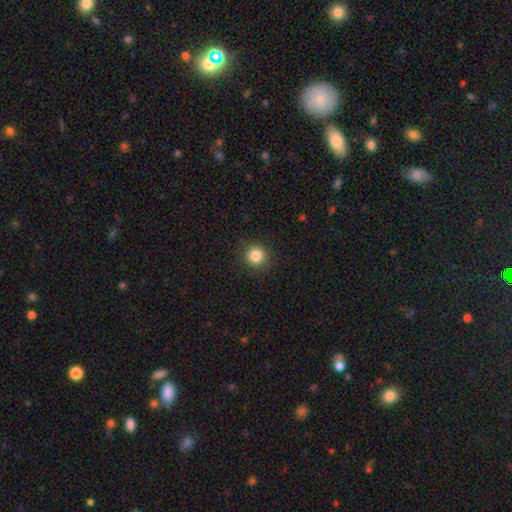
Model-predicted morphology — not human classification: smooth_or_featured: smooth (p=0.85) [alt: star or artifact p=0.11]
how_rounded: round (p=0.93) [alt: in between p=0.06]
merging: none (p=0.91) [alt: minor disturbance p=0.06]